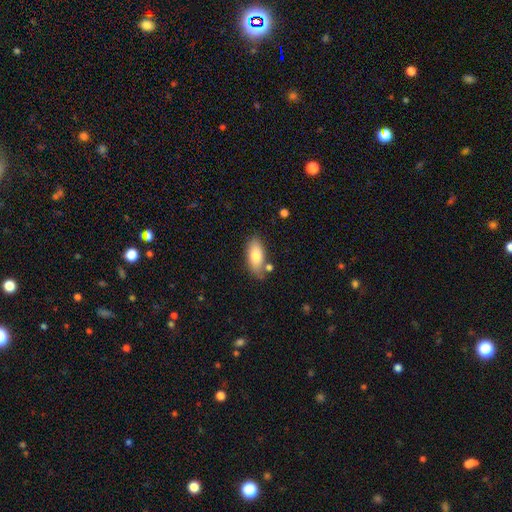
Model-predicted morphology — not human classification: This appears to be a smooth galaxy with no disk features (79%) that is in between round and cigar-shaped (88%). Merging: none (71%).